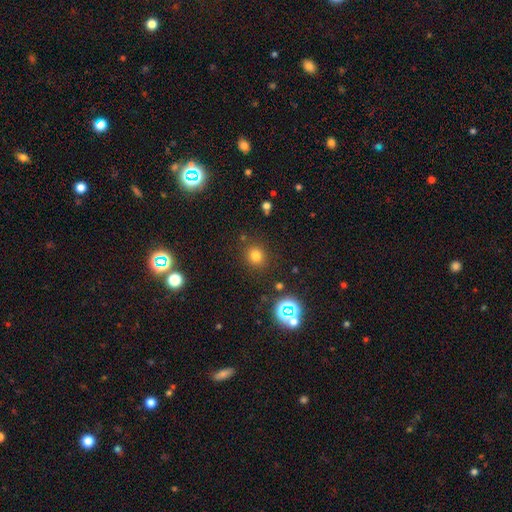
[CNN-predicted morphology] Smooth or featured: smooth — 74% (star or artifact — 19%)
How rounded: round — 86% (in between — 13%)
Merging: none — 86% (minor disturbance — 8%)